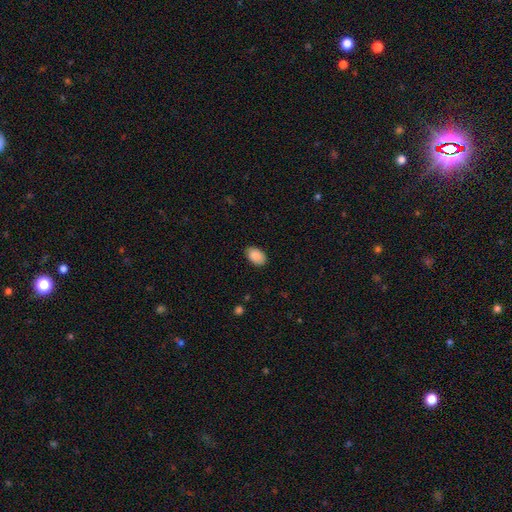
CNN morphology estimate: This appears to be a smooth galaxy with no disk features (89%) that is in between round and cigar-shaped (91%). Merging: none (85%).